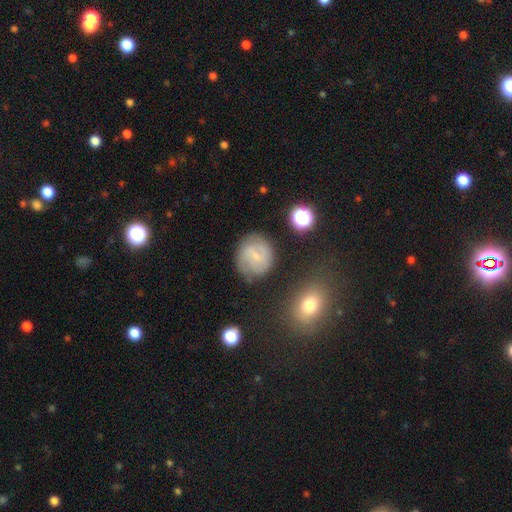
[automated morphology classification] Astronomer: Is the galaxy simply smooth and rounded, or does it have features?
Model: featured or disk — 47% (runner-up: smooth, 42%).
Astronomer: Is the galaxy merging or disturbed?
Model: none — 74%.